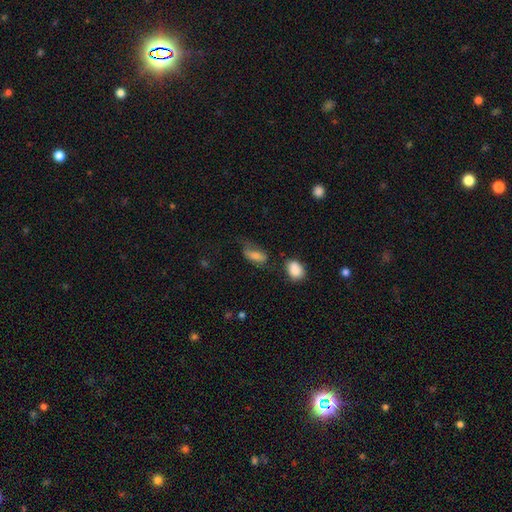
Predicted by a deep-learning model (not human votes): smooth 74%, featured or disk 17%, star or artifact 9%. Down the decision tree: how rounded — in between (87%); merging — none (37%).